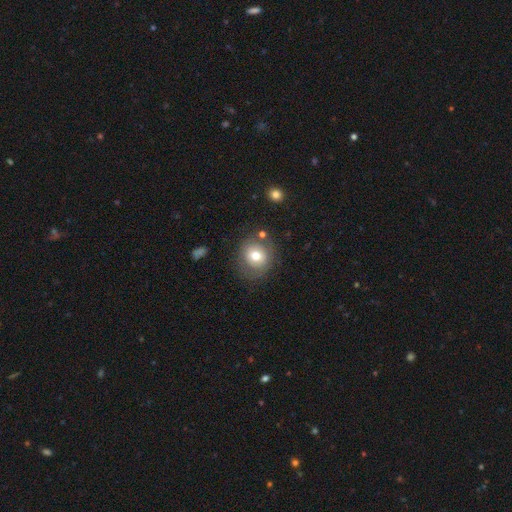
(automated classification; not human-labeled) A smooth galaxy with no disk features (71%) that is round (80%).

Vote fractions:
- Smooth or featured? smooth: 71% / featured or disk: 19% / star or artifact: 10%
- How rounded? round: 80% / in between: 19% / cigar-shaped: 1%
- Merging? none: 76% / minor disturbance: 14% / major disturbance: 6% / merger: 4%